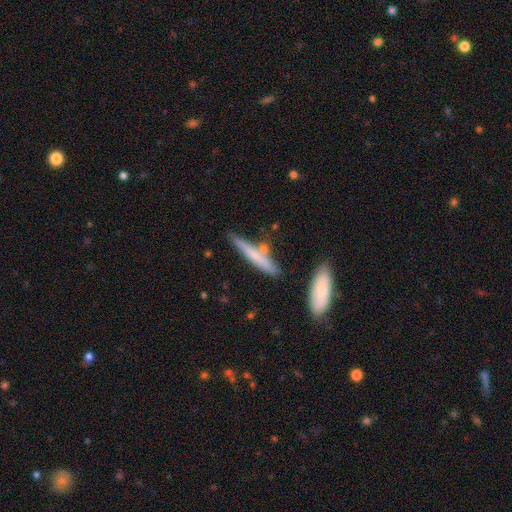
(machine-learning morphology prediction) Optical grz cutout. It shows a smooth galaxy with no disk features (57%) that is cigar-shaped (92%). Merging: none (70%).